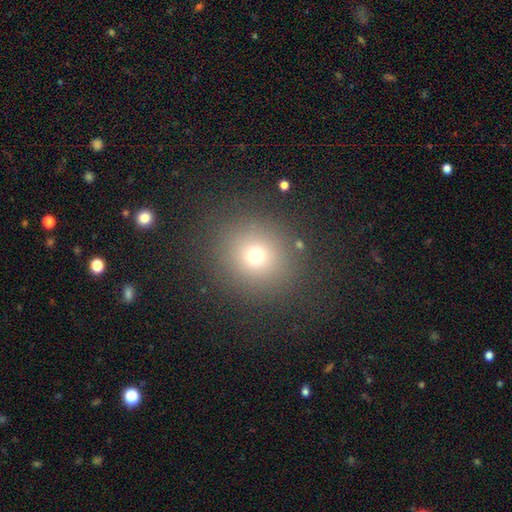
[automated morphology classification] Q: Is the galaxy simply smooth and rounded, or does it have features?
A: smooth — 70%.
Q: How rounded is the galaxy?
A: round — 89%.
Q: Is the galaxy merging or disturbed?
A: none — 87%.